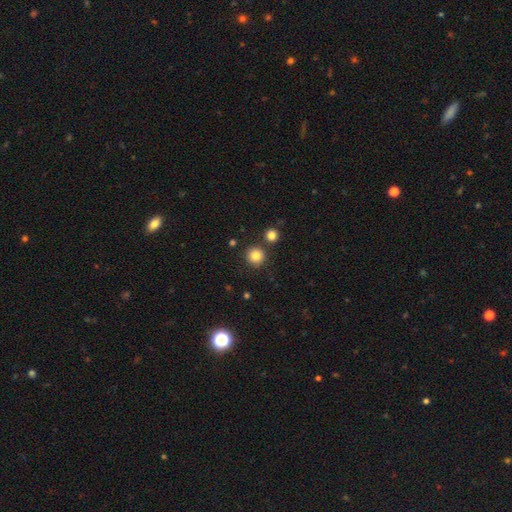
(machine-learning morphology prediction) A smooth galaxy with no disk features (83%) that is round (94%).

Vote fractions:
- Smooth or featured? smooth: 83% / star or artifact: 11% / featured or disk: 6%
- How rounded? round: 94% / in between: 5% / cigar-shaped: 1%
- Merging? none: 85% / minor disturbance: 7% / merger: 6% / major disturbance: 2%